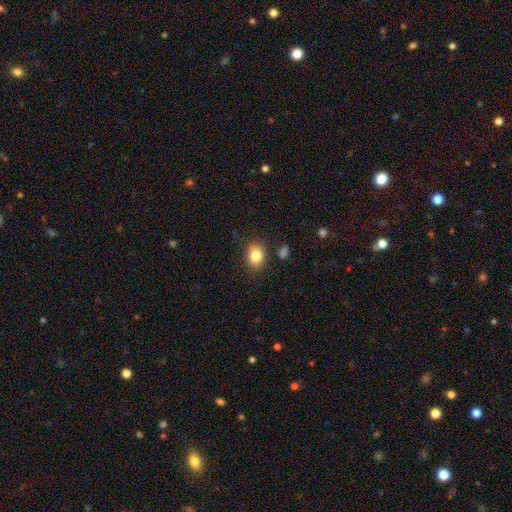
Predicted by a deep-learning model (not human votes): Overall: smooth (83%). How rounded: in between (61%; round 38%). Merging: none (81%).